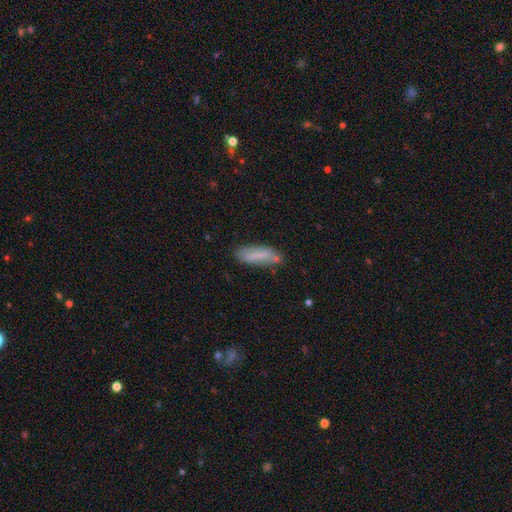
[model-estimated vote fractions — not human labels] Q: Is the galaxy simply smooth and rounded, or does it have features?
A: smooth — 73%.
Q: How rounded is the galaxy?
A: cigar-shaped — 53%.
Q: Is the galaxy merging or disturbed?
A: none — 68%.